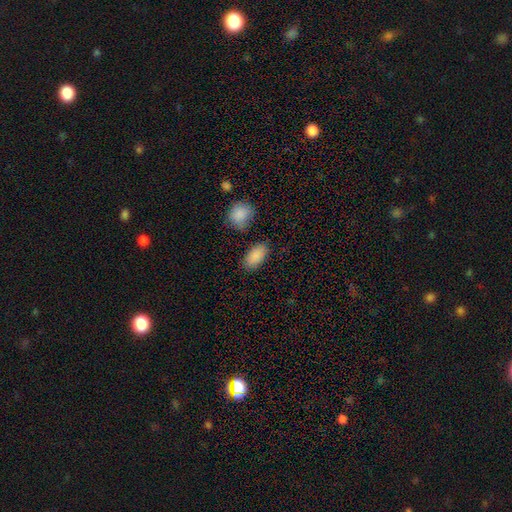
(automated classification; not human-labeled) Overall: smooth (88%). How rounded: in between (93%). Merging: none (81%).